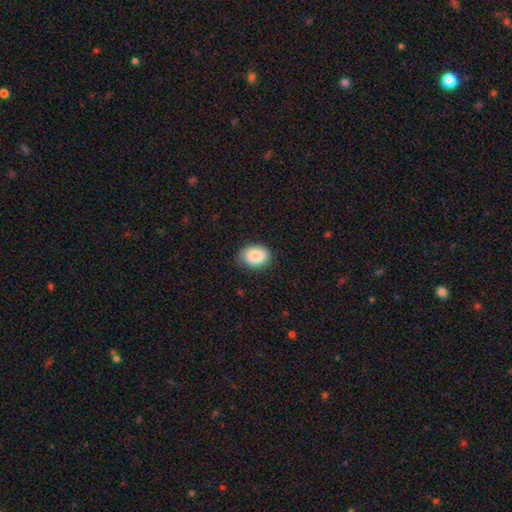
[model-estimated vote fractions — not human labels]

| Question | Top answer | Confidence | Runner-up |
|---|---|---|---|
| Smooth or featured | smooth | 86% | featured or disk (7%) |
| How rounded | in between | 64% | round (35%) |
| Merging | none | 74% | minor disturbance (21%) |